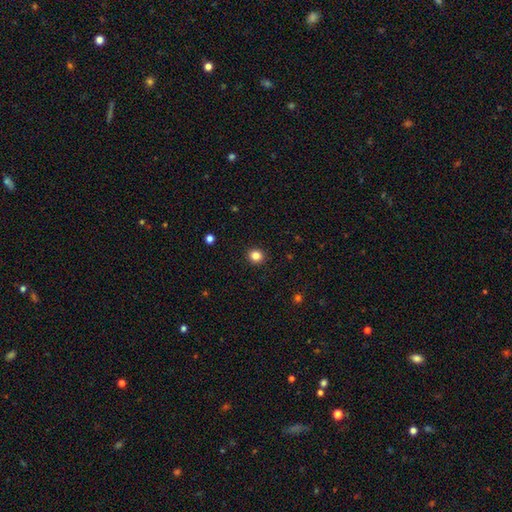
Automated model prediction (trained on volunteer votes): smooth 84%, star or artifact 12%, featured or disk 4%. Down the decision tree: how rounded — round (89%); merging — none (92%).